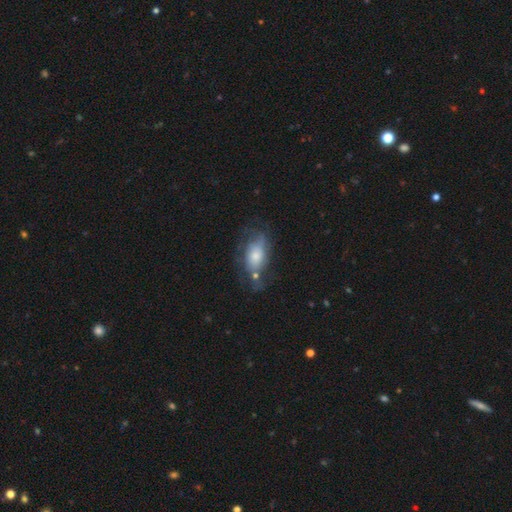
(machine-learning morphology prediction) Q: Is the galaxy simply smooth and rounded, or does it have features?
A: smooth — 52%.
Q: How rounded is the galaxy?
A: in between — 88%.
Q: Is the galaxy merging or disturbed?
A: none — 39%.